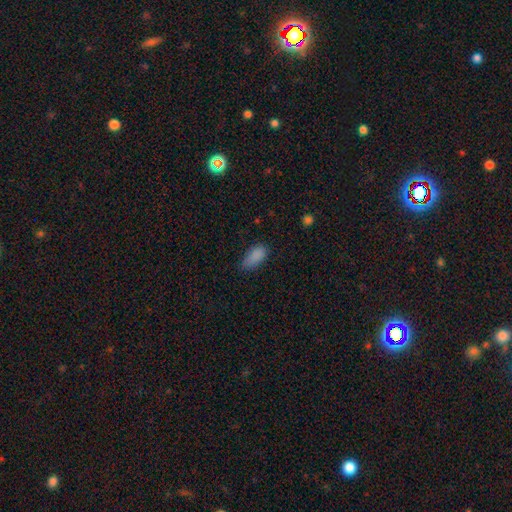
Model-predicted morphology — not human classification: type=smooth (86%); roundness=in between (88%); merging=none (66%).